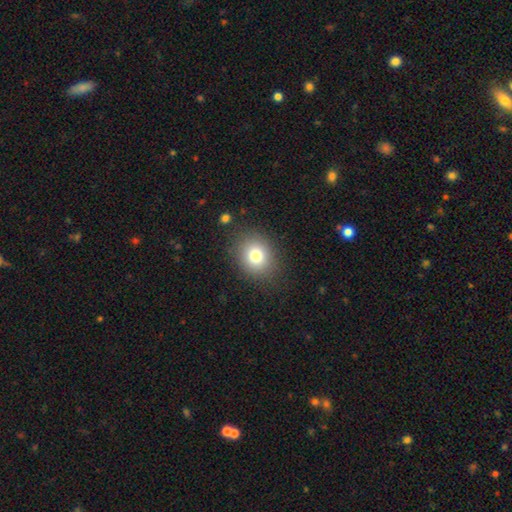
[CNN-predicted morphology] This is likely a smooth galaxy (79%). How rounded: likely round (63%). Merging: clearly none (84%).